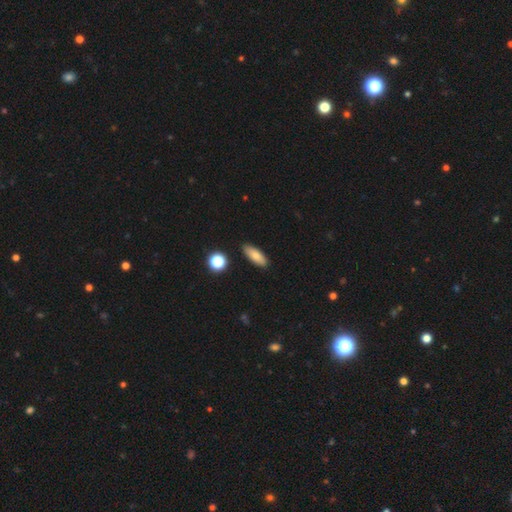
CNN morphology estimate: smooth_or_featured: smooth (p=0.79) [alt: featured or disk p=0.12]
how_rounded: in between (p=0.70) [alt: cigar-shaped p=0.27]
merging: none (p=0.88) [alt: minor disturbance p=0.08]